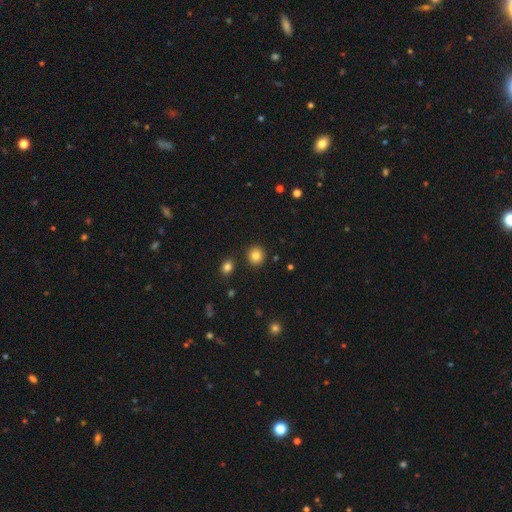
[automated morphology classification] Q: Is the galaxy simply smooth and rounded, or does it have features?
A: smooth — 83%.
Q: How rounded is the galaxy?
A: round — 89%.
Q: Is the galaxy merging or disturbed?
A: none — 89%.